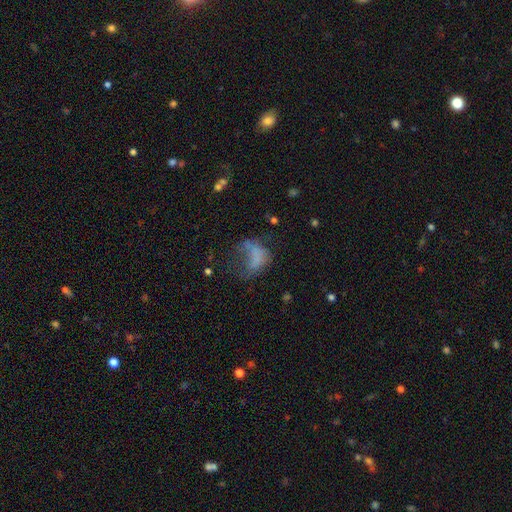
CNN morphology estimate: Smooth or featured? Predicted: smooth (p=0.51). How rounded? Predicted: in between (p=0.76). Merging? Predicted: major disturbance (p=0.51).